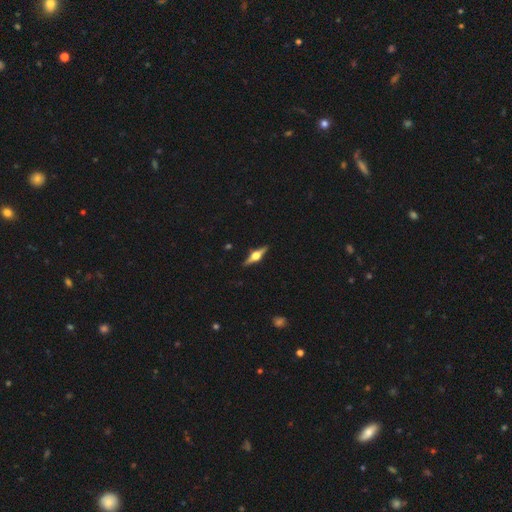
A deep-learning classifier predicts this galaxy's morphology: smooth-or-featured: featured or disk: 80% | smooth: 15% | star or artifact: 6%
  disk-edge-on: yes: 98% | no: 2%
    edge-on-bulge: rounded: 95% | boxy: 3% | none: 1%
  merging: none: 91% | minor disturbance: 6% | major disturbance: 2% | merger: 1%